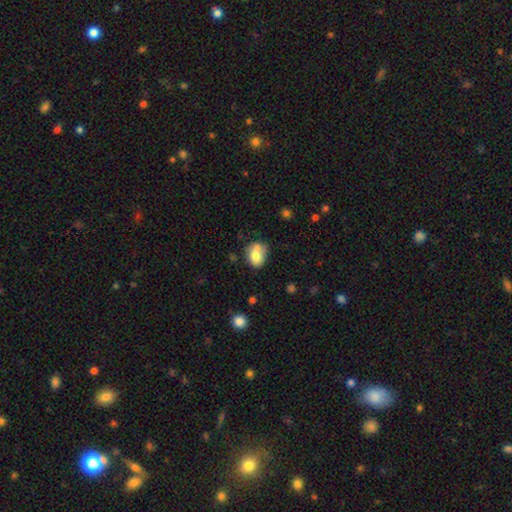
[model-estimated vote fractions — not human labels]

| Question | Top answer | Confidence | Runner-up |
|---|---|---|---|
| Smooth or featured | smooth | 74% | featured or disk (17%) |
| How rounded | in between | 57% | round (42%) |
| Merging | none | 44% | merger (29%) |